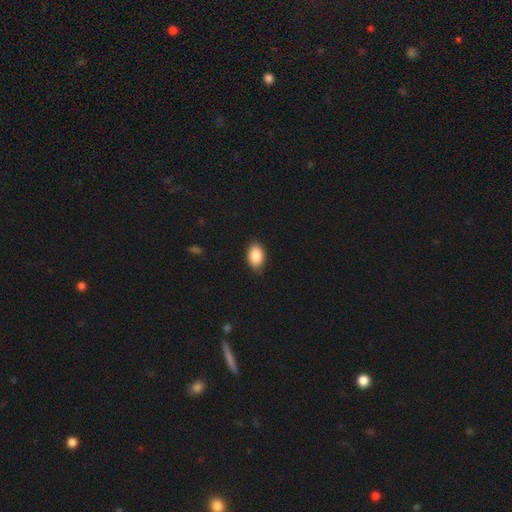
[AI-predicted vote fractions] Overall: smooth (88%). How rounded: in between (88%). Merging: none (83%).